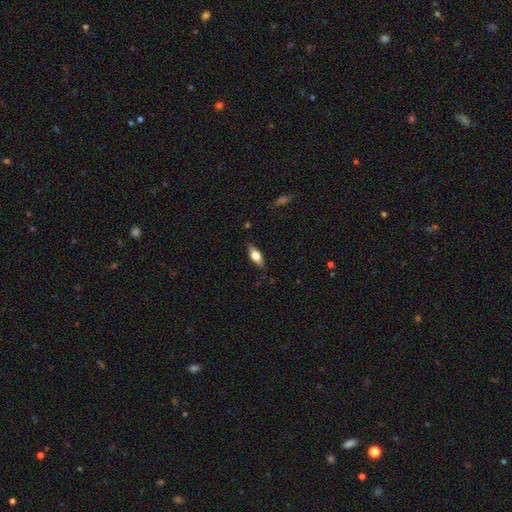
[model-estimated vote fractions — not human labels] Smooth or featured? Predicted: smooth (p=0.55). How rounded? Predicted: in between (p=0.73). Merging? Predicted: none (p=0.83).